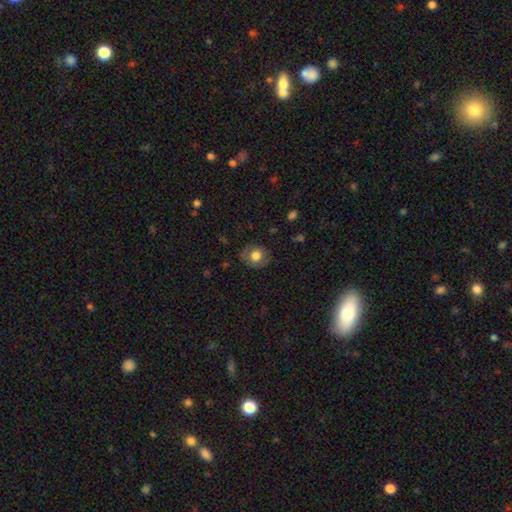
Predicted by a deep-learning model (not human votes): This is likely a smooth galaxy (74%). How rounded: likely round (73%). Merging: likely none (80%).